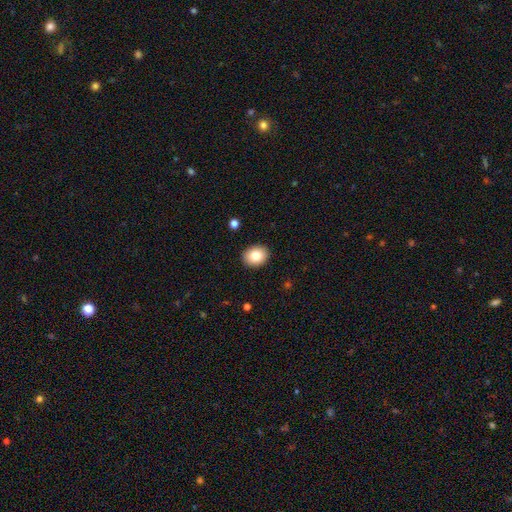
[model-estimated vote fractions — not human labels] smooth_or_featured: smooth (p=0.82) [alt: featured or disk p=0.09]
how_rounded: round (p=0.51) [alt: in between p=0.49]
merging: none (p=0.91) [alt: minor disturbance p=0.06]